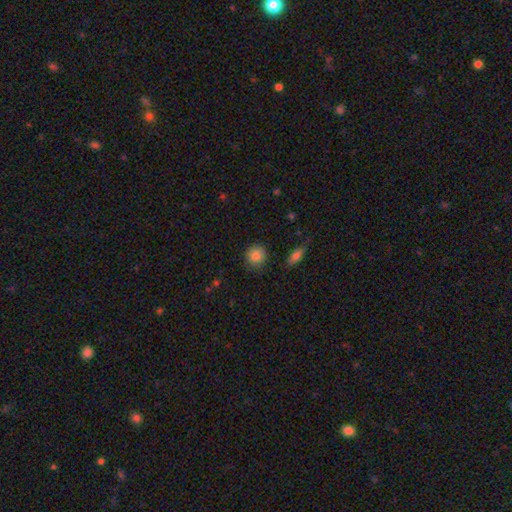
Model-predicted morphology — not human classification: This appears to be a smooth galaxy with no disk features (85%) that is round (90%). Merging: none (87%).